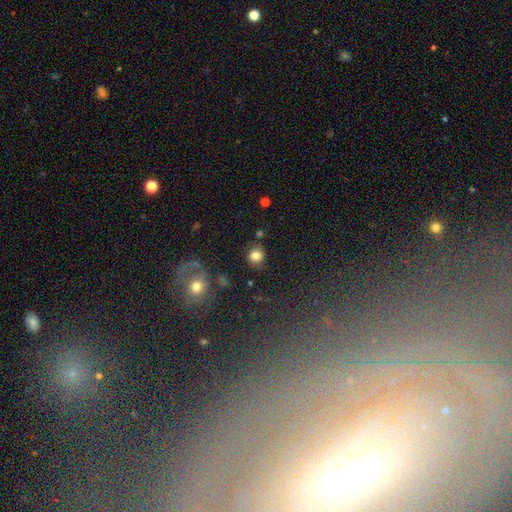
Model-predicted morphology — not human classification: smooth-or-featured: smooth: 81% | star or artifact: 11% | featured or disk: 8%
  how-rounded: round: 83% | in between: 16% | cigar-shaped: 1%
  merging: none: 80% | minor disturbance: 12% | merger: 4% | major disturbance: 4%